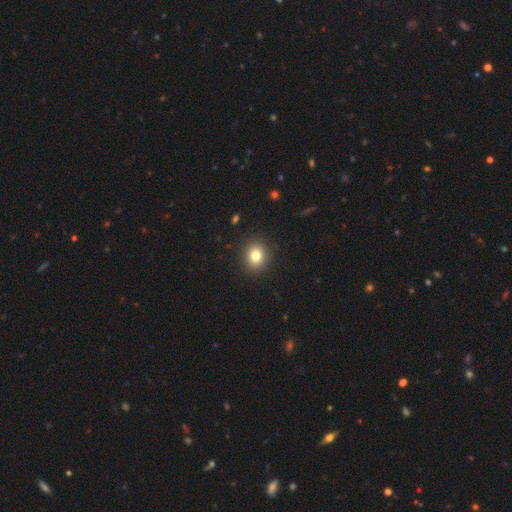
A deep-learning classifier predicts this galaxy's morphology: smooth-or-featured: smooth: 81% | star or artifact: 11% | featured or disk: 8%
  how-rounded: round: 75% | in between: 24% | cigar-shaped: 1%
  merging: none: 90% | minor disturbance: 6% | major disturbance: 2% | merger: 1%